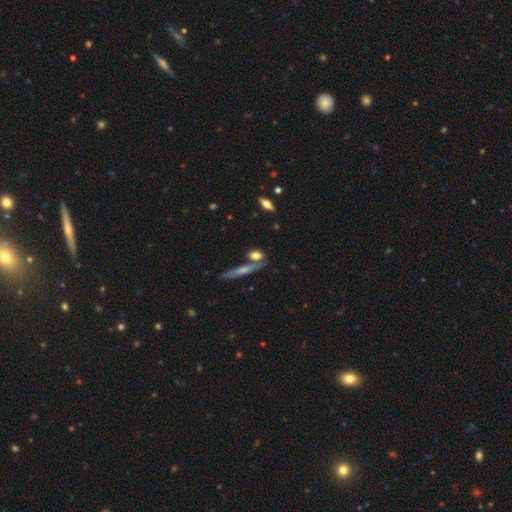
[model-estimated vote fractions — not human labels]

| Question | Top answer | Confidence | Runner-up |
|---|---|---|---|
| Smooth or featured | smooth | 67% | featured or disk (23%) |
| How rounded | in between | 41% | cigar-shaped (34%) |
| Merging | none | 63% | merger (19%) |